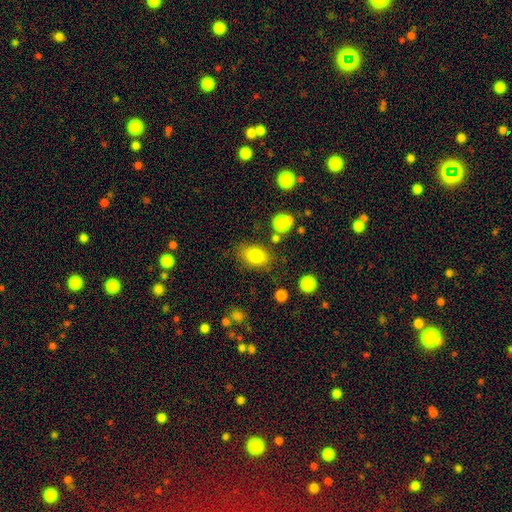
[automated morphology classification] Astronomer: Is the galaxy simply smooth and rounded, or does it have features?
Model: smooth — 81%.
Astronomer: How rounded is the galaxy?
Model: in between — 79%.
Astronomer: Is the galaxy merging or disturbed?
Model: none — 76%.